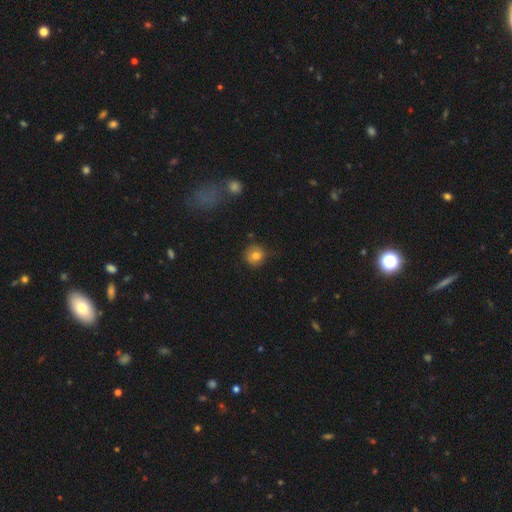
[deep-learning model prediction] Smooth or featured: smooth — 78% (featured or disk — 11%)
How rounded: round — 91% (in between — 8%)
Merging: none — 78% (minor disturbance — 16%)